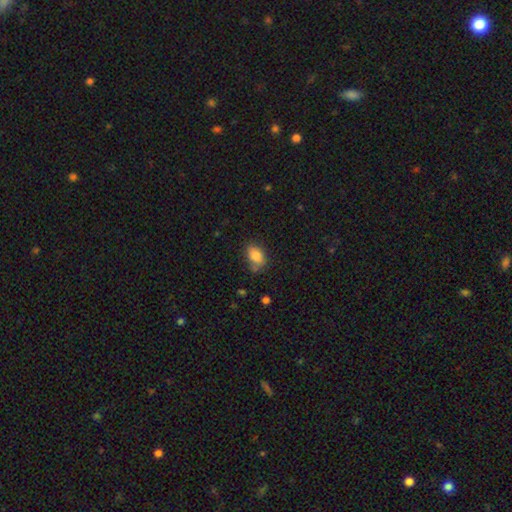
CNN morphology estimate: smooth-or-featured: smooth: 84% | star or artifact: 9% | featured or disk: 7%
  how-rounded: in between: 84% | round: 14% | cigar-shaped: 2%
  merging: none: 62% | minor disturbance: 25% | major disturbance: 6% | merger: 6%